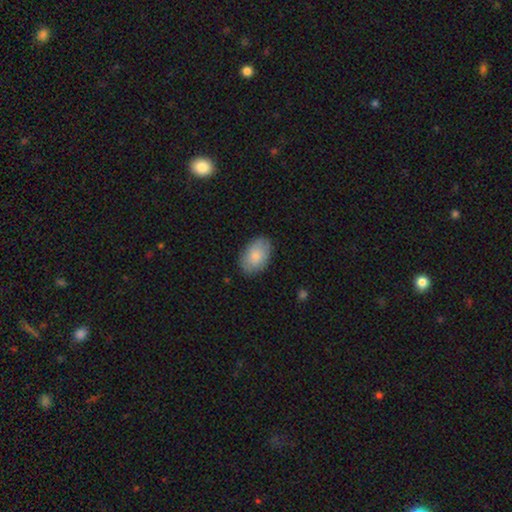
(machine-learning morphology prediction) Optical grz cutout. It shows a smooth galaxy with no disk features (82%) that is in between round and cigar-shaped (89%). Merging: none (84%).